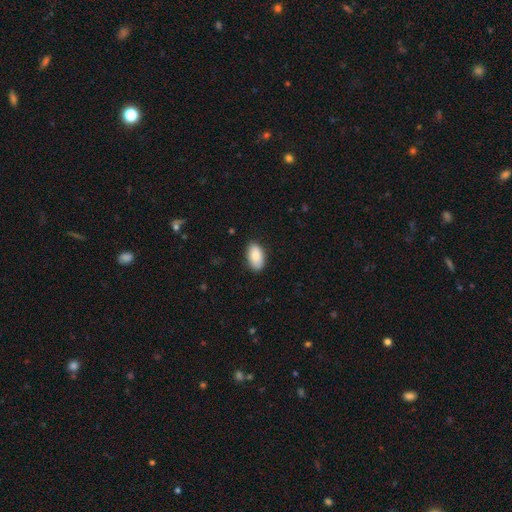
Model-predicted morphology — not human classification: A smooth galaxy with no disk features (86%) that is in between round and cigar-shaped (94%).

Vote fractions:
- Smooth or featured? smooth: 86% / featured or disk: 8% / star or artifact: 6%
- How rounded? in between: 94% / round: 4% / cigar-shaped: 2%
- Merging? none: 86% / minor disturbance: 11% / major disturbance: 2% / merger: 1%